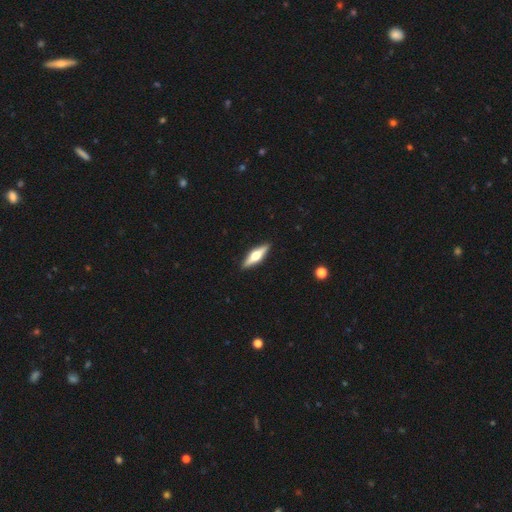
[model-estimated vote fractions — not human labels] A featured or disk galaxy (61%) viewed edge-on (96%) with a rounded central bulge (94%). Merging: none (91%).